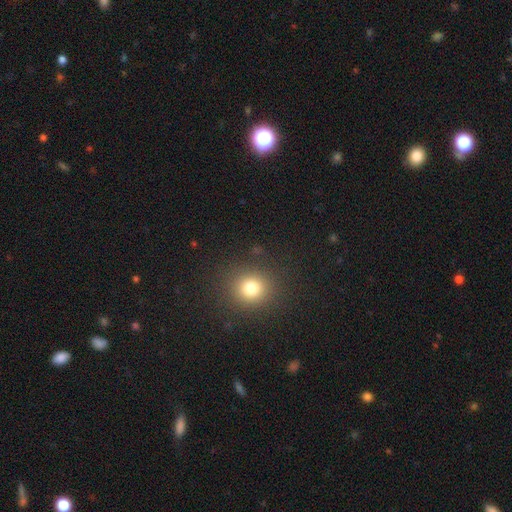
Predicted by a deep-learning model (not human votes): Q: Smooth or featured?
A: smooth (67%); runner-up: star or artifact (28%)
Q: How rounded?
A: round (90%); runner-up: in between (9%)
Q: Merging?
A: none (92%); runner-up: minor disturbance (5%)